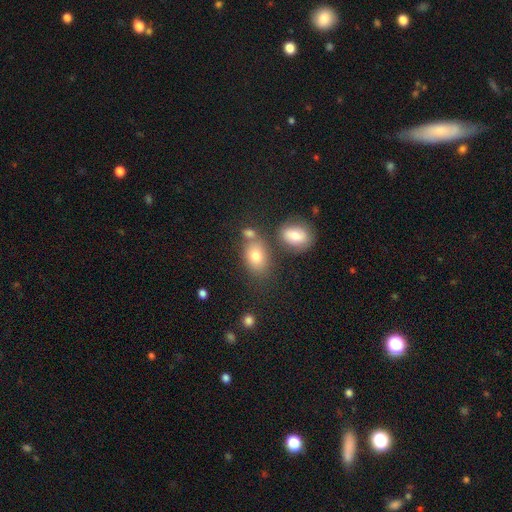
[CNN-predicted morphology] Smooth or featured: smooth — 75% (featured or disk — 13%)
How rounded: in between — 76% (round — 22%)
Merging: none — 58% (merger — 23%)